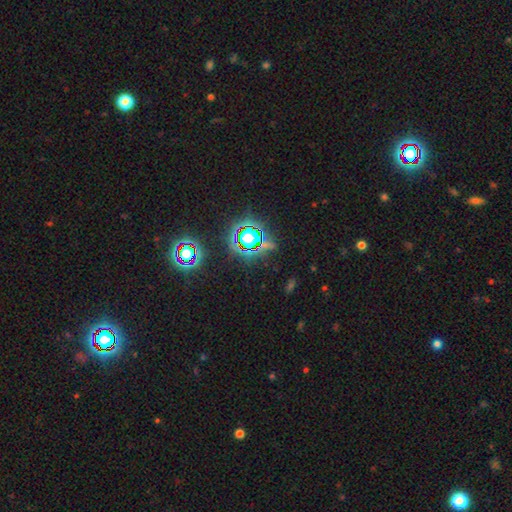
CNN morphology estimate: This is clearly a star or artifact rather than a galaxy (81%).